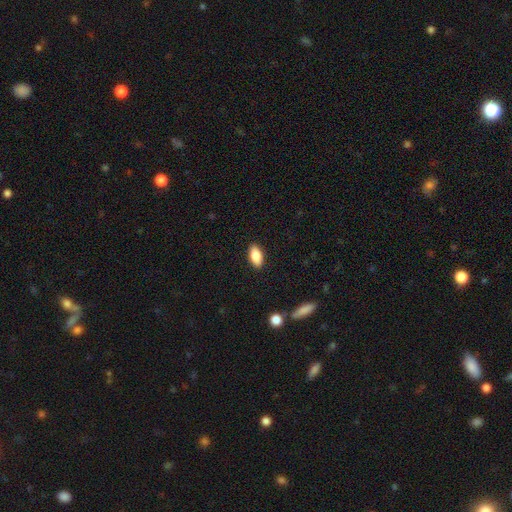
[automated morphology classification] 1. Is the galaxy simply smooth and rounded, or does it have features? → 84% smooth, 9% featured or disk, 7% star or artifact.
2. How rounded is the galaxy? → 89% in between, 8% cigar-shaped, 3% round.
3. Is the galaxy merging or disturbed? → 89% none, 8% minor disturbance, 2% major disturbance, 1% merger.